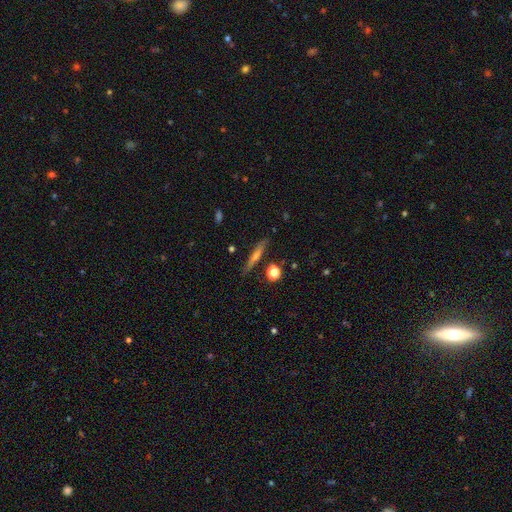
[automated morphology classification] A featured or disk galaxy (57%) viewed edge-on (94%) with a rounded central bulge (71%).

Vote fractions:
- Smooth or featured? featured or disk: 57% / smooth: 35% / star or artifact: 9%
- Edge-on disk? yes: 94% / no: 6%
- Edge-on bulge? rounded: 71% / none: 24% / boxy: 5%
- Merging? none: 86% / minor disturbance: 10% / merger: 3% / major disturbance: 2%